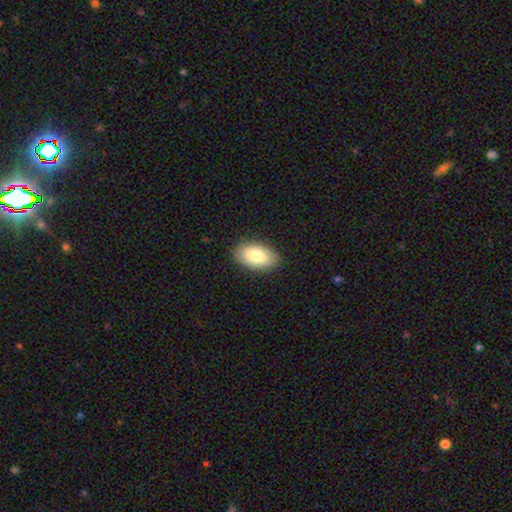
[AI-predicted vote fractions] Overall: smooth (81%). How rounded: in between (94%). Merging: none (87%).